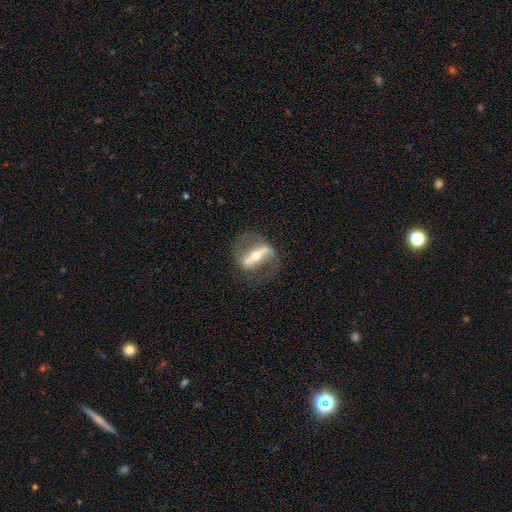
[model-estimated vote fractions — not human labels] This is clearly a featured or disk galaxy (84%). It is clearly not viewed edge-on (83%). Bar: likely strong (75%). Spiral arm pattern: clearly yes (80%). Spiral arm count: clearly 2 (86%). Spiral winding: marginally loose (43%). Central bulge: possibly moderate (55%). Merging: likely none (68%).